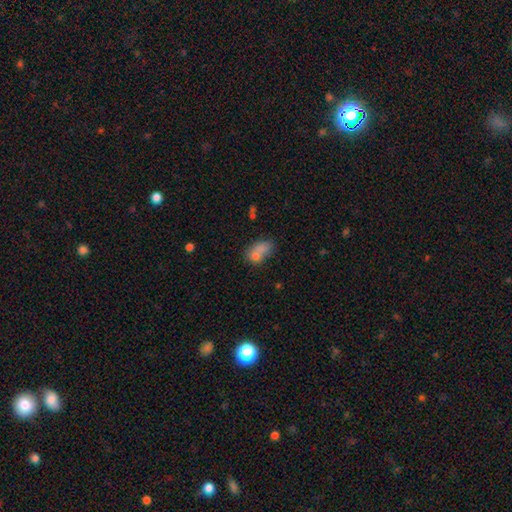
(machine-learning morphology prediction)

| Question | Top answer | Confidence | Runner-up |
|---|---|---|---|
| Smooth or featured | smooth | 74% | featured or disk (16%) |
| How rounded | in between | 73% | round (25%) |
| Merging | merger | 48% | none (31%) |